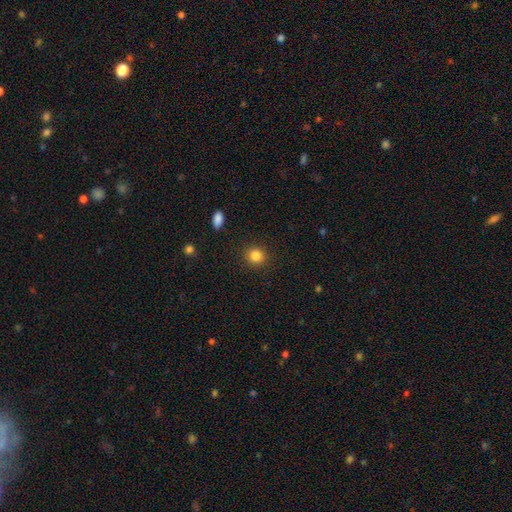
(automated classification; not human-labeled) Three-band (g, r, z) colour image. It shows a smooth galaxy with no disk features (84%) that is round (90%). Merging: none (91%).